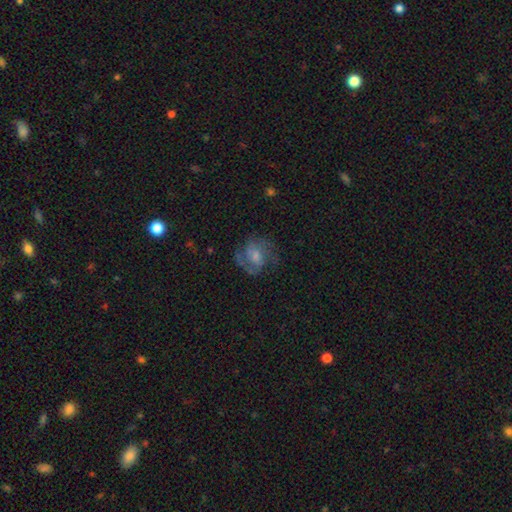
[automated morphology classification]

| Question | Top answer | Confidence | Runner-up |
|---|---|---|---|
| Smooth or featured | featured or disk | 72% | smooth (18%) |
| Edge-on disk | no | 97% | yes (3%) |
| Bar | no | 46% | weak (43%) |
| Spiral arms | yes | 91% | no (9%) |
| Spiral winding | medium | 52% | tight (31%) |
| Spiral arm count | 2 | 61% | can't tell (16%) |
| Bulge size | small | 41% | moderate (40%) |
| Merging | none | 69% | minor disturbance (17%) |